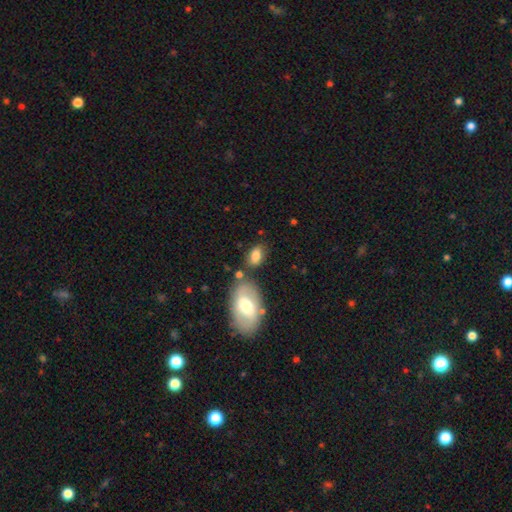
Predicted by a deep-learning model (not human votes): This is likely a smooth galaxy (80%). How rounded: clearly in between (90%). Merging: likely none (63%).